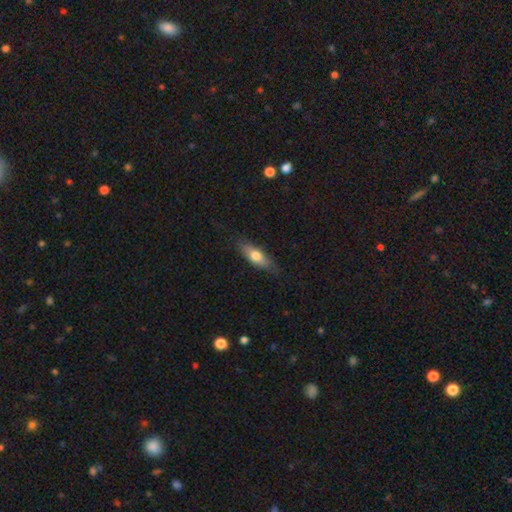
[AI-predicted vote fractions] A smooth galaxy with no disk features (65%) that is in between round and cigar-shaped (56%). Merging: none (80%).